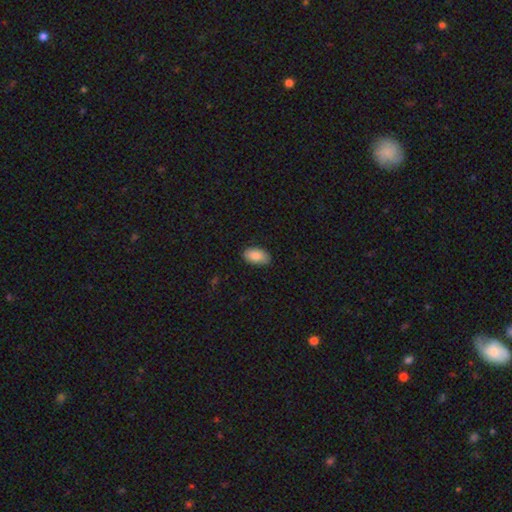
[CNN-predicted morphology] smooth-or-featured: smooth: 85% | featured or disk: 8% | star or artifact: 7%
  how-rounded: in between: 94% | round: 4% | cigar-shaped: 2%
  merging: none: 82% | minor disturbance: 14% | major disturbance: 2% | merger: 1%